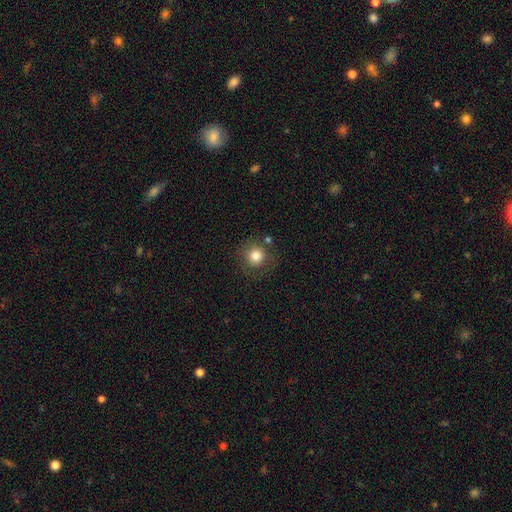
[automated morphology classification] This is clearly a smooth galaxy (81%). How rounded: clearly round (93%). Merging: likely none (78%).